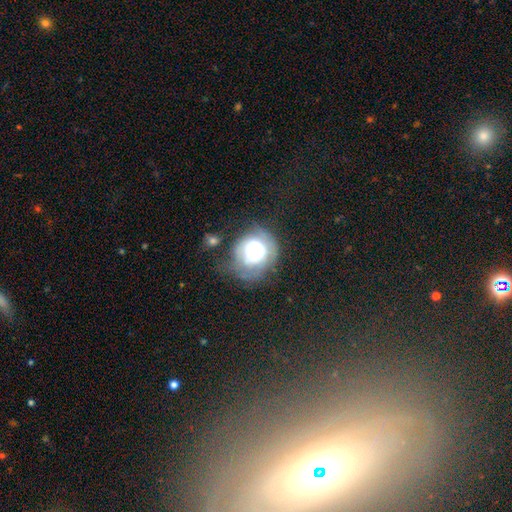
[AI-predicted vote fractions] The model was most divided on "merging": none: 37%, minor disturbance: 30%, major disturbance: 27%, merger: 7%. More confident: how rounded — round (78%); smooth or featured — smooth (56%).